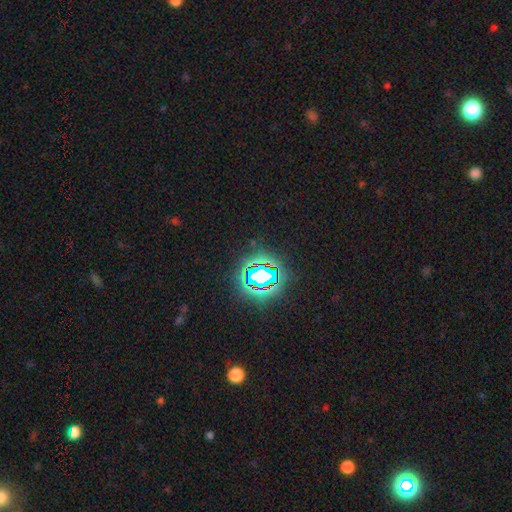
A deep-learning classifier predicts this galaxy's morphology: Q: Smooth or featured?
A: star or artifact (83%); runner-up: smooth (11%)